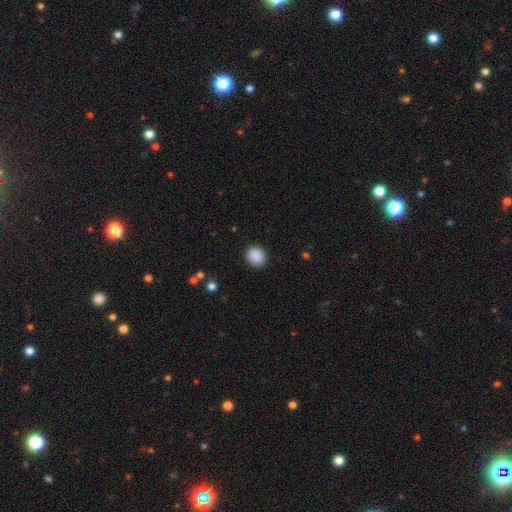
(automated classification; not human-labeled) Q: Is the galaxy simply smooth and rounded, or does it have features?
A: smooth — 89%.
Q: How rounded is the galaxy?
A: round — 64%.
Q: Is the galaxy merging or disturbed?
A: none — 89%.